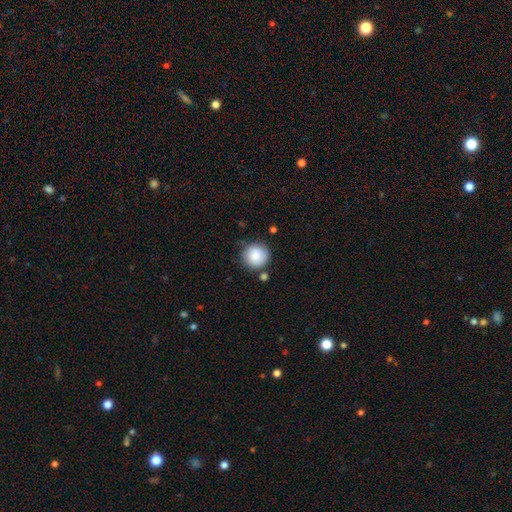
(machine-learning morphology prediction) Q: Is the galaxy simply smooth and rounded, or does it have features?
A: smooth — 85%.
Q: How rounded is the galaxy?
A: round — 94%.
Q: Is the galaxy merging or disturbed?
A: none — 78%.